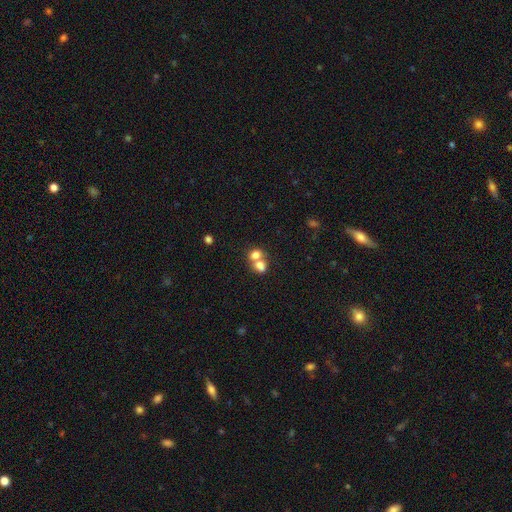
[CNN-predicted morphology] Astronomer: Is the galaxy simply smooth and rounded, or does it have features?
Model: smooth — 74%.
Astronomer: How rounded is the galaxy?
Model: round — 54% (runner-up: in between, 45%).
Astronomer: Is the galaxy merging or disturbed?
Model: merger — 67%.